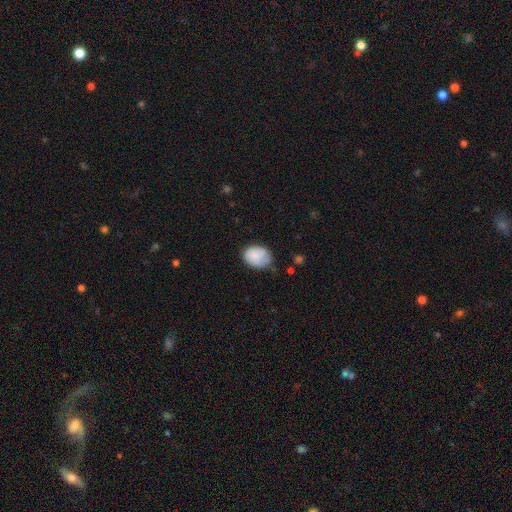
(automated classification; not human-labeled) Morphology: type=smooth (80%); roundness=in between (68%); merging=none (53%).